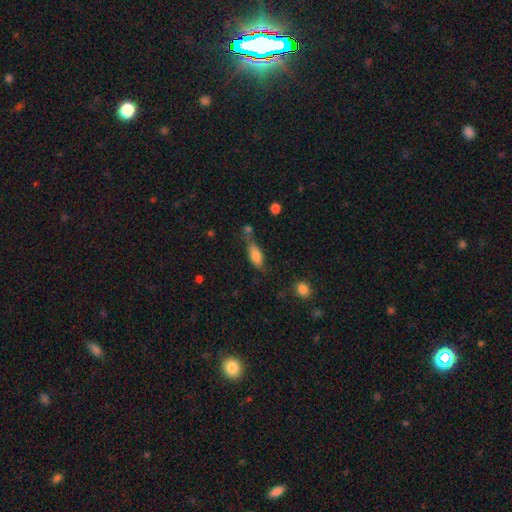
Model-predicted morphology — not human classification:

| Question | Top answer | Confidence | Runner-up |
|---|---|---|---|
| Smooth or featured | smooth | 77% | featured or disk (15%) |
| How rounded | in between | 77% | cigar-shaped (20%) |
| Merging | none | 48% | minor disturbance (27%) |